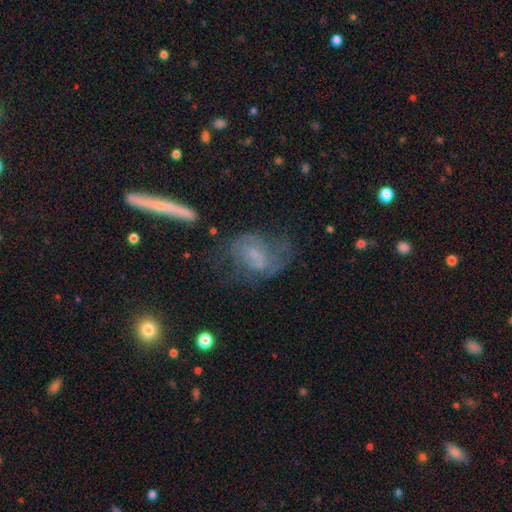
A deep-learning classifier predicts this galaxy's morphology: This appears to be a featured or disk galaxy (57%) with no bar (49%), spiral arms (60%) and a small central bulge (48%). Merging: none (42%).